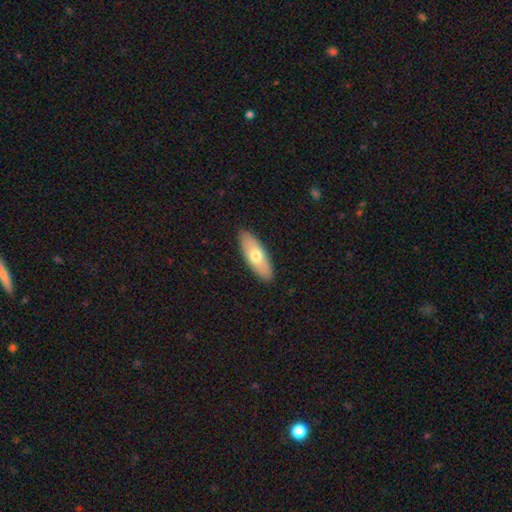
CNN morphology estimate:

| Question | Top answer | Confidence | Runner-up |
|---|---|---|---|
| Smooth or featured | smooth | 65% | featured or disk (29%) |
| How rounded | in between | 68% | cigar-shaped (30%) |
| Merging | none | 90% | minor disturbance (8%) |